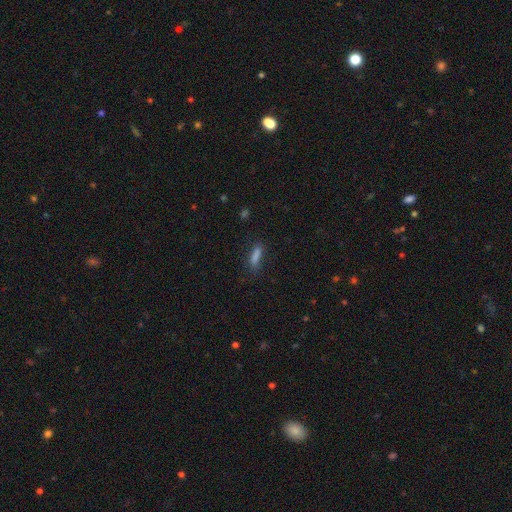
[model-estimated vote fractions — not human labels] This is likely a smooth galaxy (77%). How rounded: likely cigar-shaped (68%). Merging: likely none (73%).